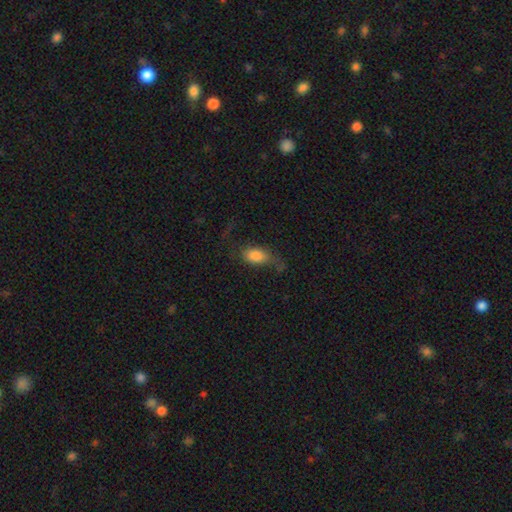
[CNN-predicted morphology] smooth_or_featured: smooth (p=0.72) [alt: featured or disk p=0.19]
how_rounded: in between (p=0.89) [alt: round p=0.06]
merging: none (p=0.40) [alt: major disturbance p=0.34]